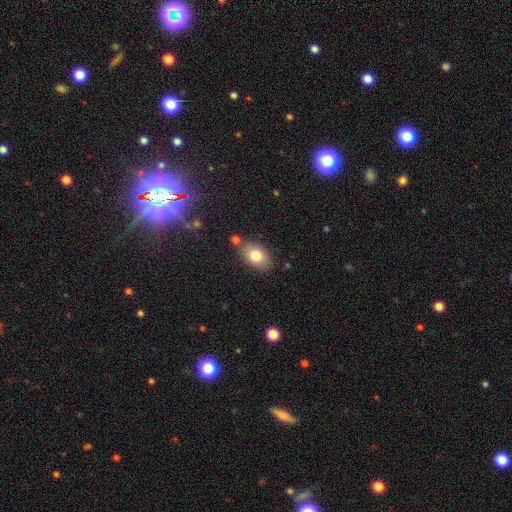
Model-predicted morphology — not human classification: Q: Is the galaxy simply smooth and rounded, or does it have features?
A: smooth — 80%.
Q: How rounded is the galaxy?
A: in between — 83%.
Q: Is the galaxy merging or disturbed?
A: none — 77%.